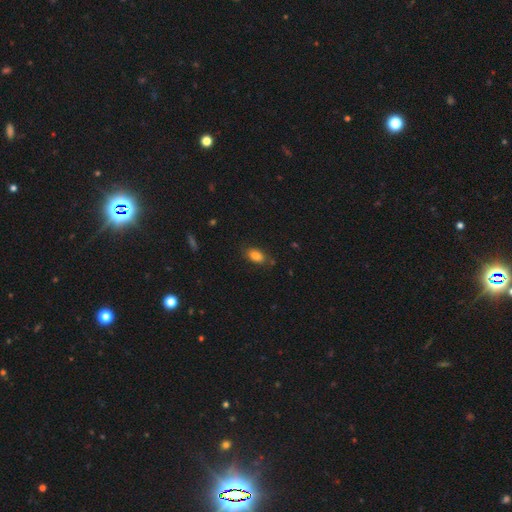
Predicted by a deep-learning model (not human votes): Overall: smooth (85%). How rounded: in between (90%). Merging: none (77%).